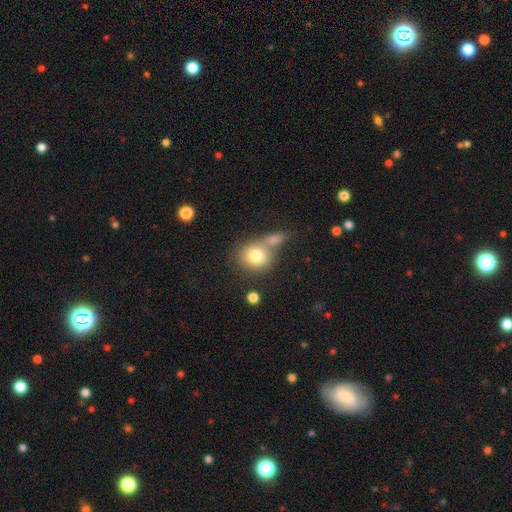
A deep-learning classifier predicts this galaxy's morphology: smooth_or_featured: smooth (p=0.79) [alt: featured or disk p=0.13]
how_rounded: round (p=0.71) [alt: in between p=0.28]
merging: merger (p=0.41) [alt: none p=0.40]